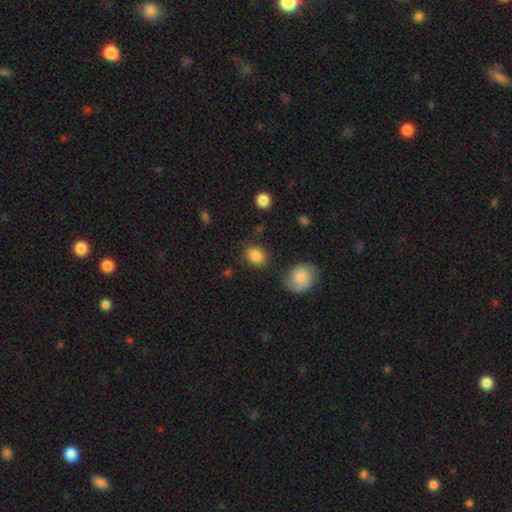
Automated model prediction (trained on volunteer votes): Morphology: type=smooth (85%); roundness=round (59%); merging=none (79%).